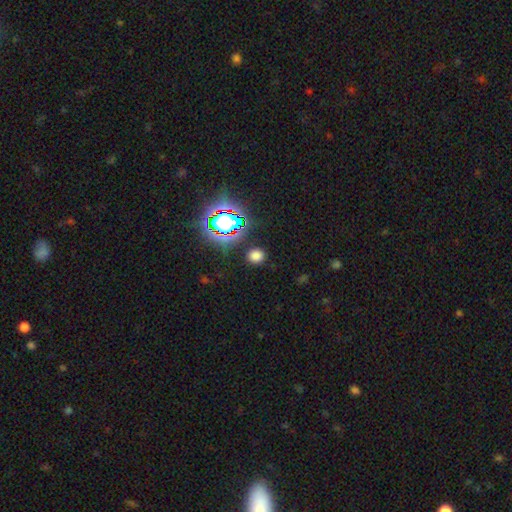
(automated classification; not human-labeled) Q: Smooth or featured?
A: smooth (69%); runner-up: star or artifact (25%)
Q: How rounded?
A: round (79%); runner-up: in between (20%)
Q: Merging?
A: none (87%); runner-up: minor disturbance (8%)